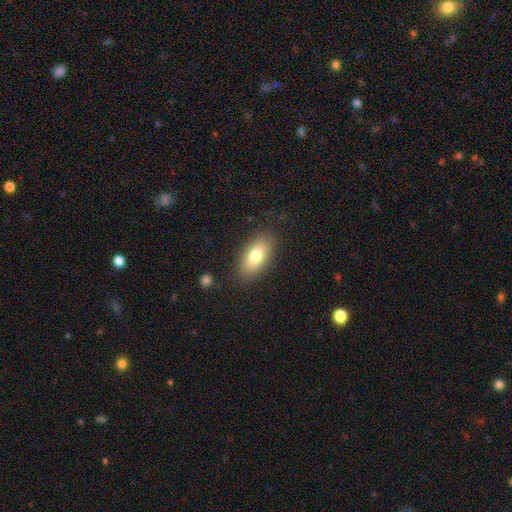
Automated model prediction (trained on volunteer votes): Smooth or featured?
  - smooth: 77% *
  - featured or disk: 16%
  - star or artifact: 8%
How rounded?
  - in between: 88% *
  - cigar-shaped: 7%
  - round: 5%
Merging?
  - none: 85% *
  - minor disturbance: 10%
  - major disturbance: 3%
  - merger: 1%